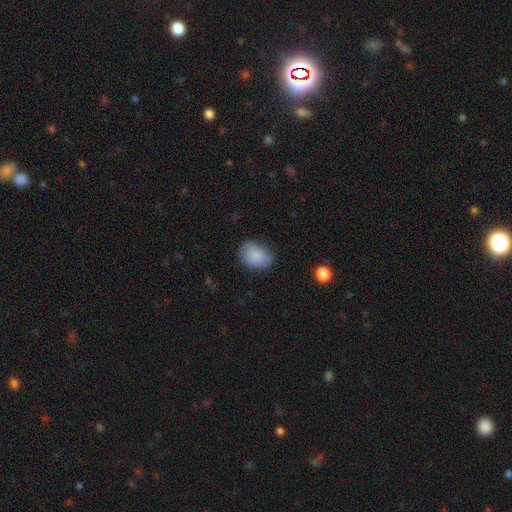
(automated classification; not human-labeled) smooth_or_featured: smooth (p=0.82) [alt: featured or disk p=0.11]
how_rounded: in between (p=0.74) [alt: round p=0.25]
merging: none (p=0.69) [alt: minor disturbance p=0.24]